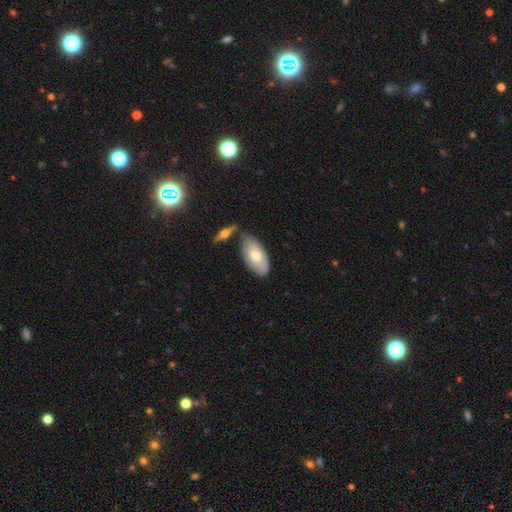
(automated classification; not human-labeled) This is likely a smooth galaxy (70%). How rounded: clearly in between (93%). Merging: likely none (64%).